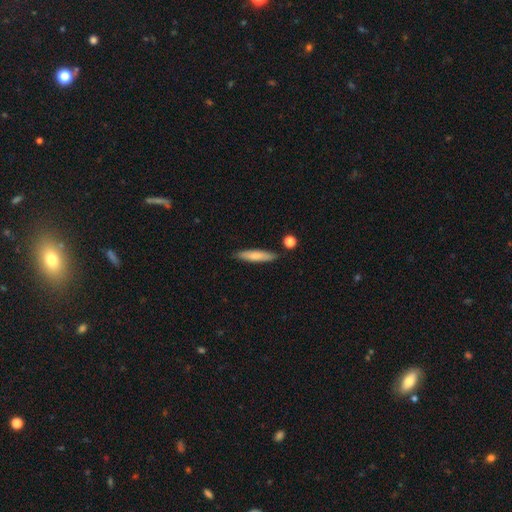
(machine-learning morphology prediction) Smooth or featured? Predicted: smooth (p=0.75). How rounded? Predicted: cigar-shaped (p=0.84). Merging? Predicted: none (p=0.84).